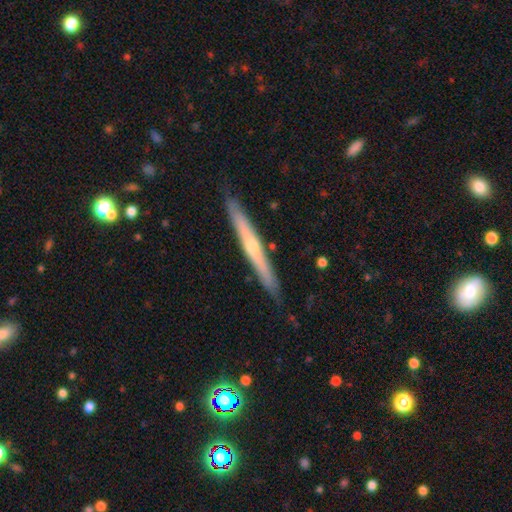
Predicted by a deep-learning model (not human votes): The model was most divided on "smooth or featured": featured or disk: 61%, smooth: 33%, star or artifact: 6%. More confident: edge-on disk — yes (95%); merging — none (86%); edge-on bulge — rounded (63%).